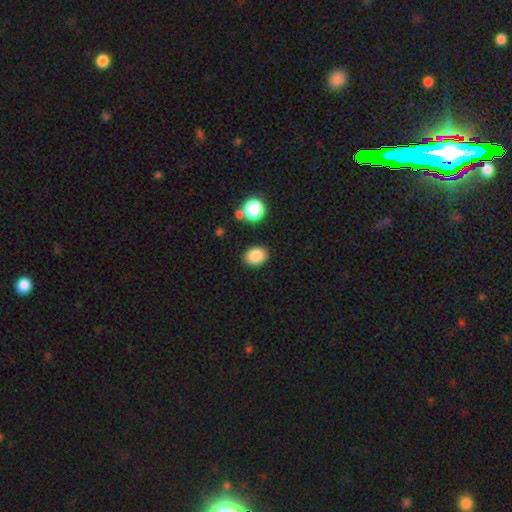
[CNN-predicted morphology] A smooth galaxy with no disk features (85%) that is in between round and cigar-shaped (59%).

Vote fractions:
- Smooth or featured? smooth: 85% / star or artifact: 10% / featured or disk: 5%
- How rounded? in between: 59% / round: 40% / cigar-shaped: 1%
- Merging? none: 85% / minor disturbance: 9% / merger: 3% / major disturbance: 3%